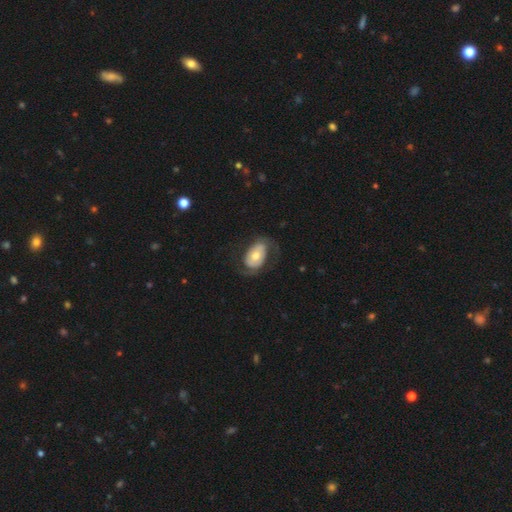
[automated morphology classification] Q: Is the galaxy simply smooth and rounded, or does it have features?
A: featured or disk — 55%.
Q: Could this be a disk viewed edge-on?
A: no — 95%.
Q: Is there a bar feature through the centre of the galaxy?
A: no — 70%.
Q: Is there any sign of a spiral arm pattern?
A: yes — 67%.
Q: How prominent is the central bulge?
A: moderate — 63%.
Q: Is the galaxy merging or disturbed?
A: none — 57%.